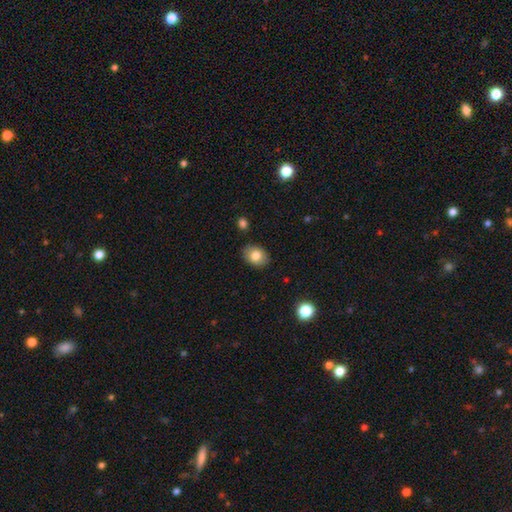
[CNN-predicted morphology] Smooth or featured?
  - smooth: 81% *
  - featured or disk: 11%
  - star or artifact: 8%
How rounded?
  - in between: 74% *
  - round: 25%
  - cigar-shaped: 1%
Merging?
  - none: 86% *
  - minor disturbance: 11%
  - major disturbance: 2%
  - merger: 2%